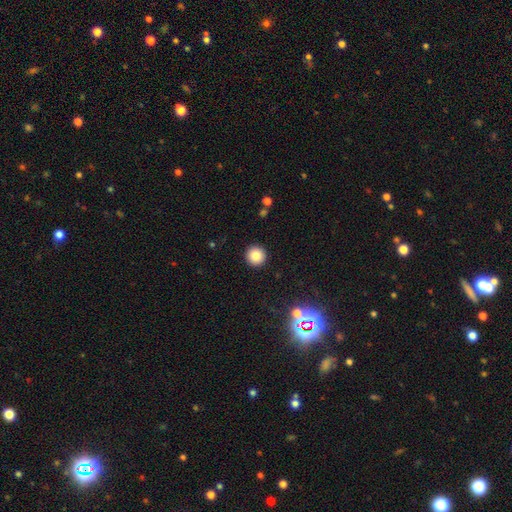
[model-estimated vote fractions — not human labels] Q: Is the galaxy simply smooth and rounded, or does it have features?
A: smooth — 83%.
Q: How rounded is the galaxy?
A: round — 96%.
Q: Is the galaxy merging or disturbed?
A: none — 93%.